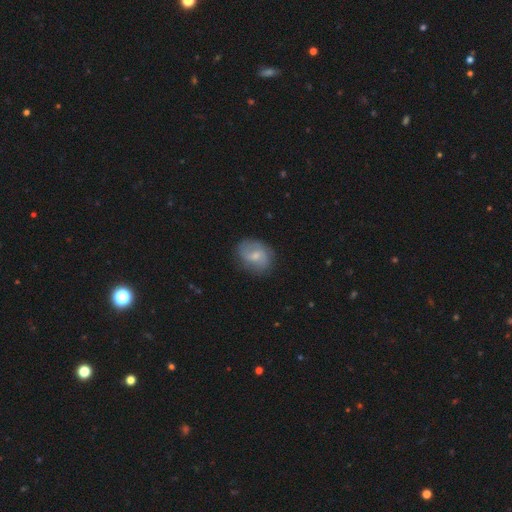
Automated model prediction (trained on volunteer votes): Morphology: type=featured or disk (51%); edge-on=no (97%); merging=none (74%).